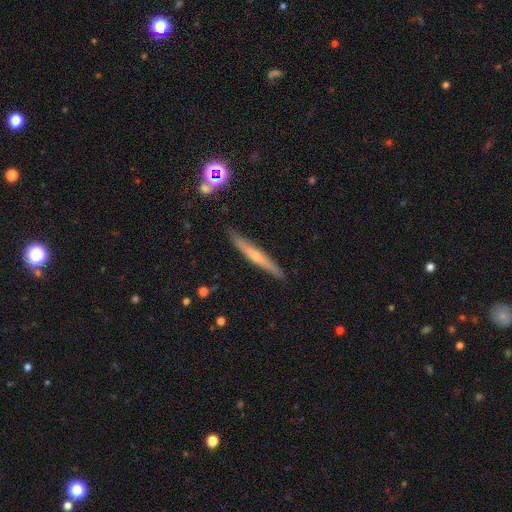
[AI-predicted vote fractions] A featured or disk galaxy (57%) viewed edge-on (94%) with a rounded central bulge (66%).

Vote fractions:
- Smooth or featured? featured or disk: 57% / smooth: 35% / star or artifact: 8%
- Edge-on disk? yes: 94% / no: 6%
- Edge-on bulge? rounded: 66% / none: 30% / boxy: 4%
- Merging? none: 87% / minor disturbance: 10% / major disturbance: 2% / merger: 1%